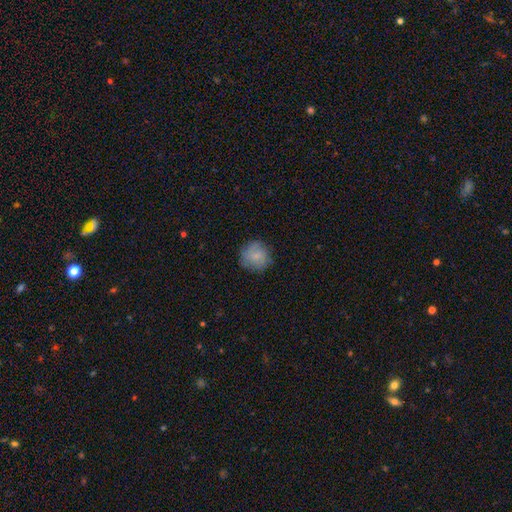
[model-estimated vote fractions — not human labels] Smooth or featured? Predicted: smooth (p=0.76). How rounded? Predicted: round (p=0.91). Merging? Predicted: none (p=0.78).